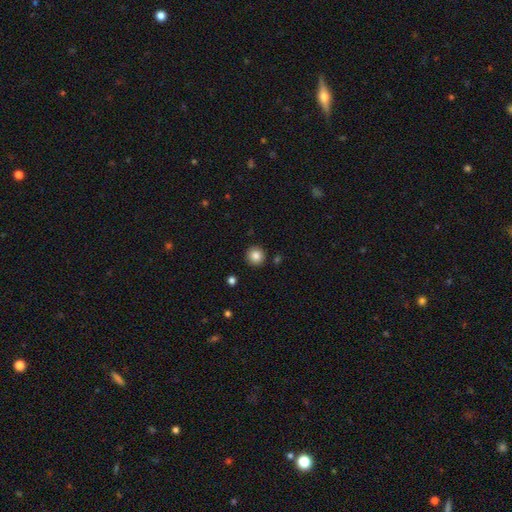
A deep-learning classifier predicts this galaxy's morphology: smooth_or_featured: smooth (p=0.85) [alt: star or artifact p=0.10]
how_rounded: round (p=0.95) [alt: in between p=0.04]
merging: none (p=0.91) [alt: minor disturbance p=0.06]